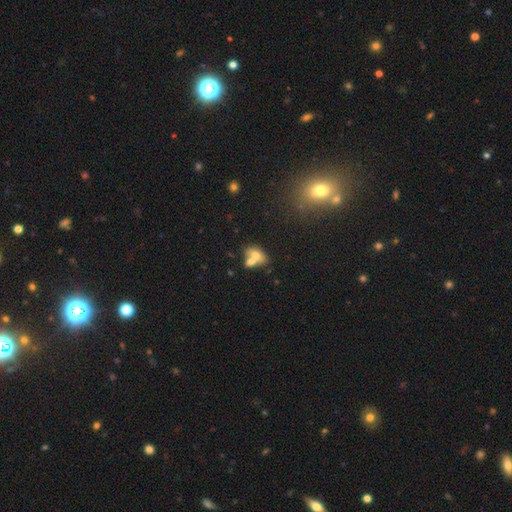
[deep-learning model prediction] Smooth or featured: smooth — 65% (featured or disk — 24%)
How rounded: in between — 79% (round — 17%)
Merging: merger — 58% (none — 29%)